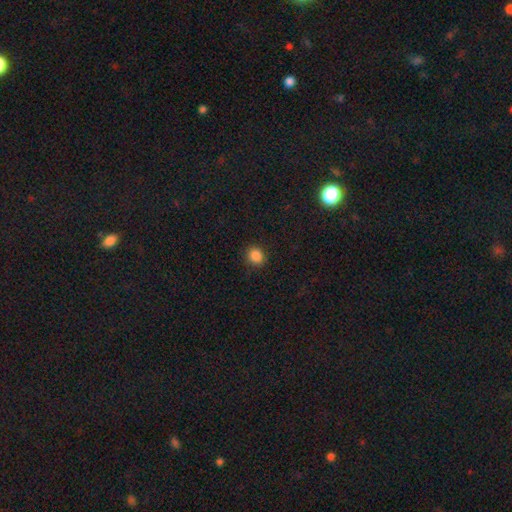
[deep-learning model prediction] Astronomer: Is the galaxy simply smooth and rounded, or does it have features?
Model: smooth — 85%.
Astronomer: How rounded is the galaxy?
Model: round — 75%.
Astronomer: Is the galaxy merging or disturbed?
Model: none — 88%.